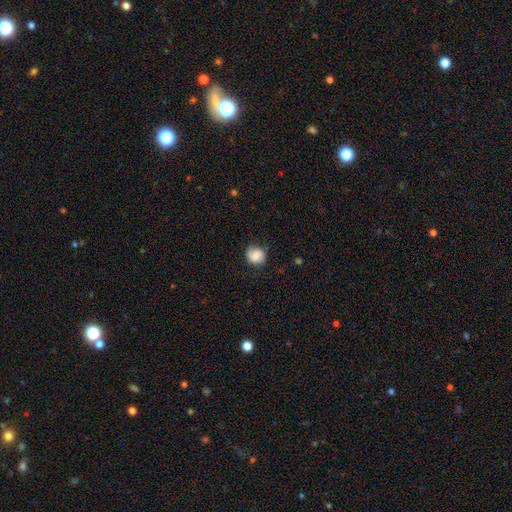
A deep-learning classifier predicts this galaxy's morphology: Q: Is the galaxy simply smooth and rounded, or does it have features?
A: smooth — 65%.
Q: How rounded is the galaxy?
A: round — 78%.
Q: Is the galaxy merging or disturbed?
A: none — 71%.